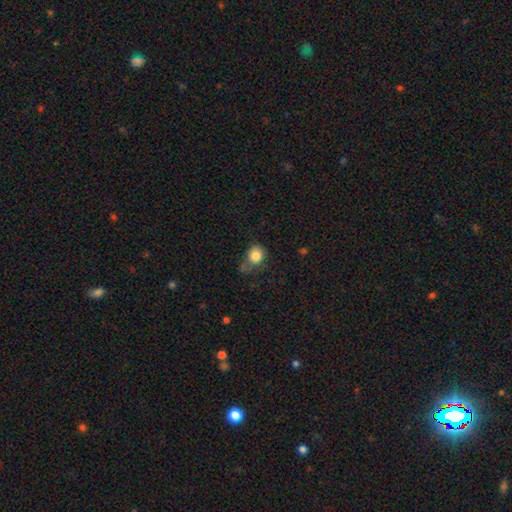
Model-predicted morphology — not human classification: A smooth galaxy with no disk features (83%) that is round (72%).

Vote fractions:
- Smooth or featured? smooth: 83% / star or artifact: 10% / featured or disk: 7%
- How rounded? round: 72% / in between: 27% / cigar-shaped: 1%
- Merging? none: 53% / minor disturbance: 27% / major disturbance: 10% / merger: 10%